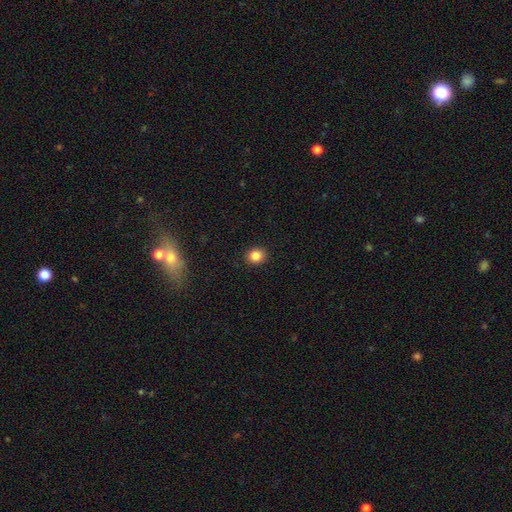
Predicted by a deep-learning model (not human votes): A smooth galaxy with no disk features (84%) that is round (78%).

Vote fractions:
- Smooth or featured? smooth: 84% / star or artifact: 11% / featured or disk: 5%
- How rounded? round: 78% / in between: 21% / cigar-shaped: 1%
- Merging? none: 92% / minor disturbance: 6% / major disturbance: 2% / merger: 1%